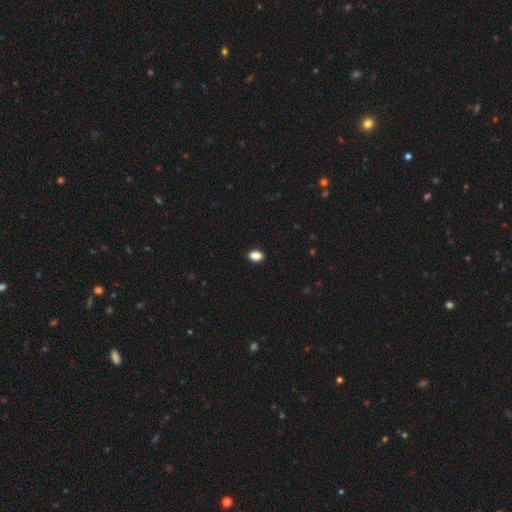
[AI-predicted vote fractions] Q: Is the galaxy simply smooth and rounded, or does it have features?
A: smooth — 87%.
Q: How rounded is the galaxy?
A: in between — 77%.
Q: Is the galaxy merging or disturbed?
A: none — 91%.